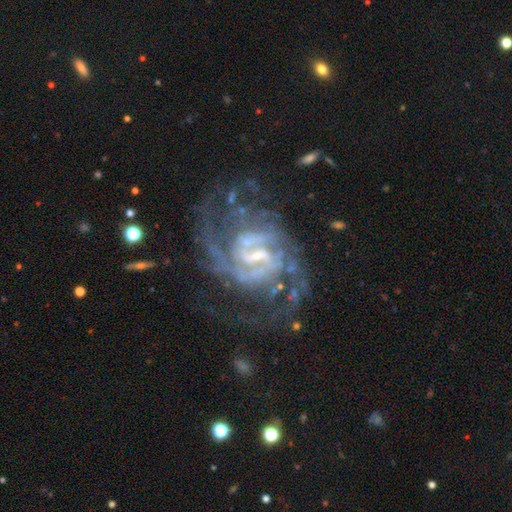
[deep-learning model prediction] Smooth or featured?
  - featured or disk: 90% *
  - star or artifact: 7%
  - smooth: 4%
Edge-on disk?
  - no: 98% *
  - yes: 2%
Bar?
  - weak: 52% *
  - strong: 29%
  - no: 19%
Spiral arms?
  - yes: 95% *
  - no: 5%
Spiral winding?
  - medium: 46% *
  - tight: 40%
  - loose: 14%
Spiral arm count?
  - 2: 41% *
  - can't tell: 23%
  - 3: 15%
  - 4: 8%
  - 1: 6%
  - more than 4: 6%
Bulge size?
  - small: 55% *
  - moderate: 28%
  - none: 13%
  - large: 3%
  - dominant: 1%
Merging?
  - none: 56% *
  - major disturbance: 23%
  - minor disturbance: 17%
  - merger: 4%